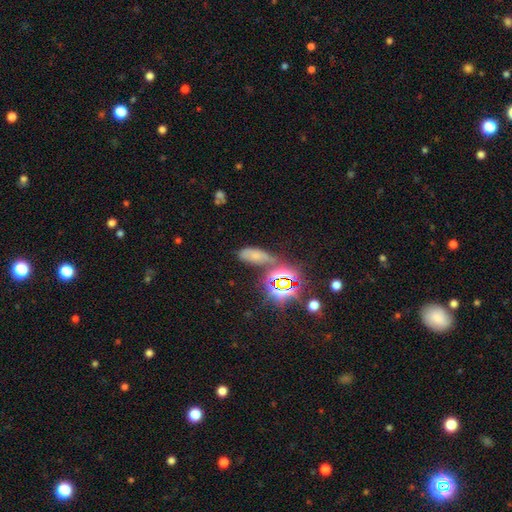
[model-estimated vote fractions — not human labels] A smooth galaxy with no disk features (44%).

Vote fractions:
- Smooth or featured? smooth: 44% / star or artifact: 40% / featured or disk: 16%
- Merging? none: 48% / minor disturbance: 22% / merger: 17% / major disturbance: 12%